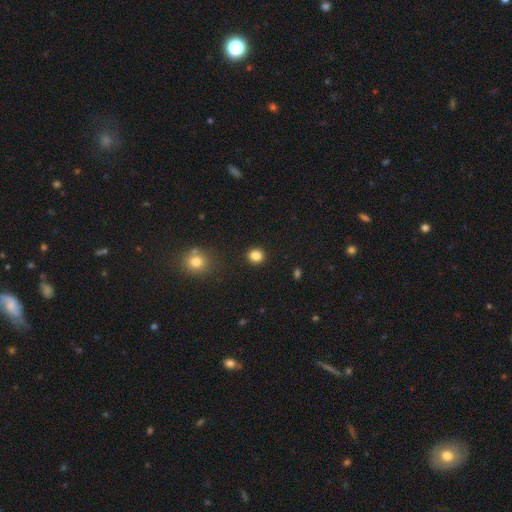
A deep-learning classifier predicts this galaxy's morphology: smooth-or-featured: smooth: 84% | star or artifact: 12% | featured or disk: 4%
  how-rounded: round: 90% | in between: 9% | cigar-shaped: 1%
  merging: none: 92% | minor disturbance: 5% | major disturbance: 2% | merger: 2%